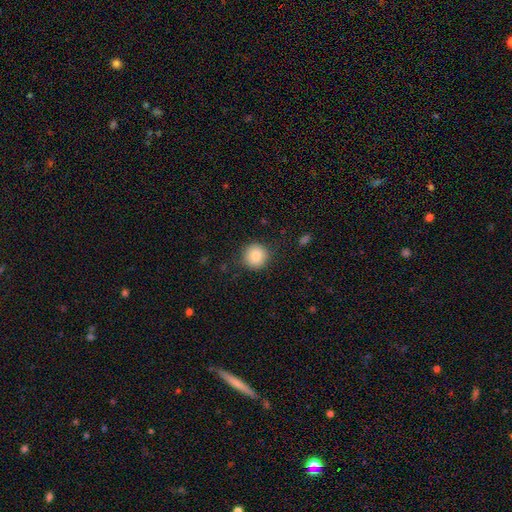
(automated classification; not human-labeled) Smooth or featured: smooth — 83% (star or artifact — 9%)
How rounded: round — 94% (in between — 5%)
Merging: none — 87% (minor disturbance — 9%)